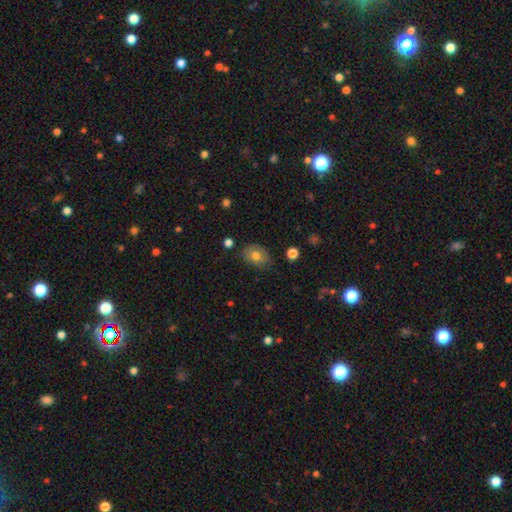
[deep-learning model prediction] Smooth or featured? Predicted: smooth (p=0.75). How rounded? Predicted: in between (p=0.67). Merging? Predicted: none (p=0.74).